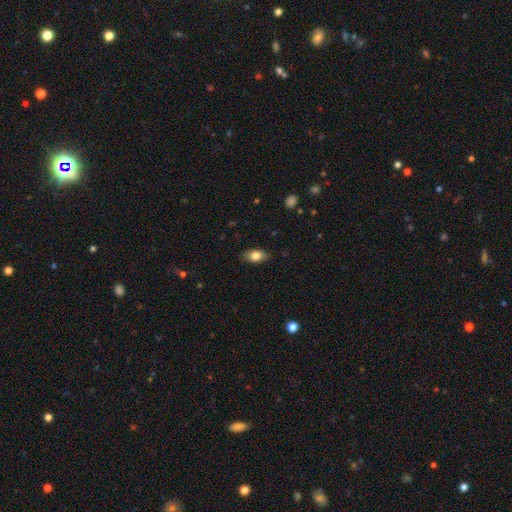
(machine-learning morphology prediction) The model was most divided on "smooth or featured": smooth: 79%, featured or disk: 14%, star or artifact: 7%. More confident: how rounded — in between (86%); merging — none (84%).